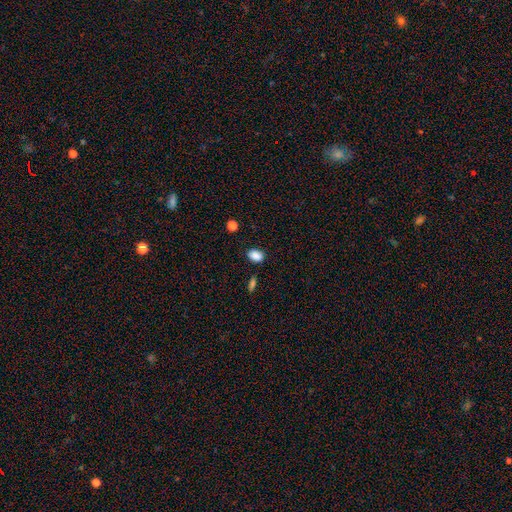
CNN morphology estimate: smooth 87%, star or artifact 9%, featured or disk 4%. Down the decision tree: how rounded — in between (75%); merging — none (81%).